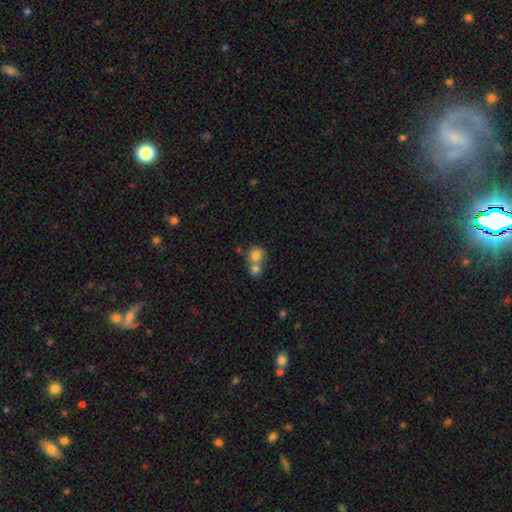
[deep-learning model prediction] This appears to be a smooth galaxy with no disk features (79%) that is round (81%). Merging: merger (57%).